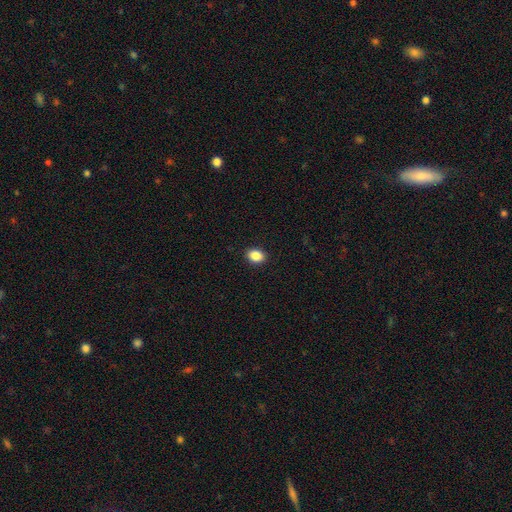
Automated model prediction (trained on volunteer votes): The model was most divided on "how rounded": in between: 69%, round: 30%, cigar-shaped: 1%. More confident: merging — none (91%); smooth or featured — smooth (88%).